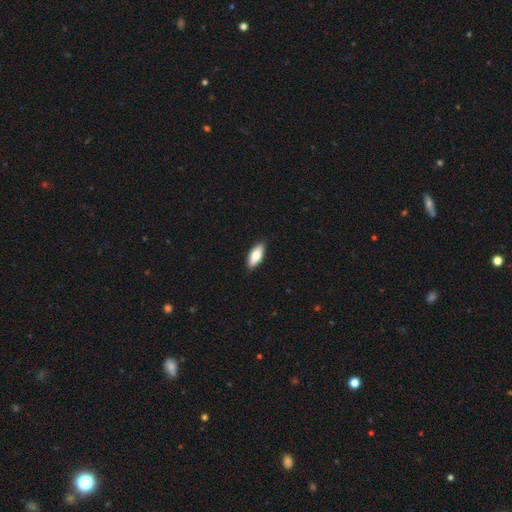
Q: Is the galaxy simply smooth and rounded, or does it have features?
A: smooth — 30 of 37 (81%).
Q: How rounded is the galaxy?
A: in between — 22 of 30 (73%).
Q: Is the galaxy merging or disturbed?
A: none — 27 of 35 (77%).